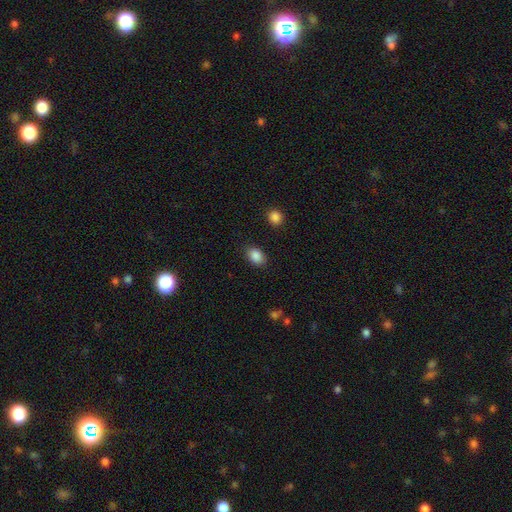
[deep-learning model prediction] Smooth or featured? smooth (88%)
How rounded? in between (81%)
Merging? none (86%)